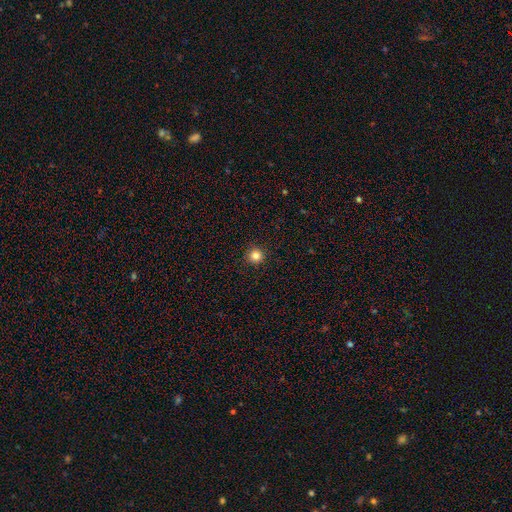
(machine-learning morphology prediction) smooth-or-featured: smooth: 85% | star or artifact: 12% | featured or disk: 4%
  how-rounded: round: 96% | in between: 3% | cigar-shaped: 1%
  merging: none: 93% | minor disturbance: 5% | major disturbance: 2% | merger: 1%